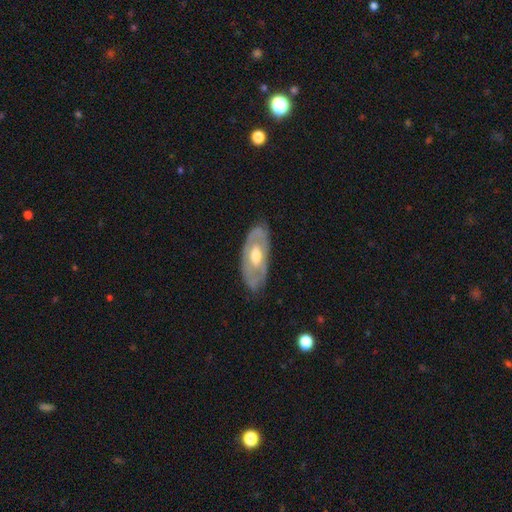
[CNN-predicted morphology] Smooth or featured: featured or disk — 67% (smooth — 28%)
Edge-on disk: no — 84% (yes — 16%)
Bar: no — 65% (weak — 27%)
Spiral arms: no — 61% (yes — 39%)
Bulge size: moderate — 71% (large — 16%)
Merging: none — 78% (minor disturbance — 17%)